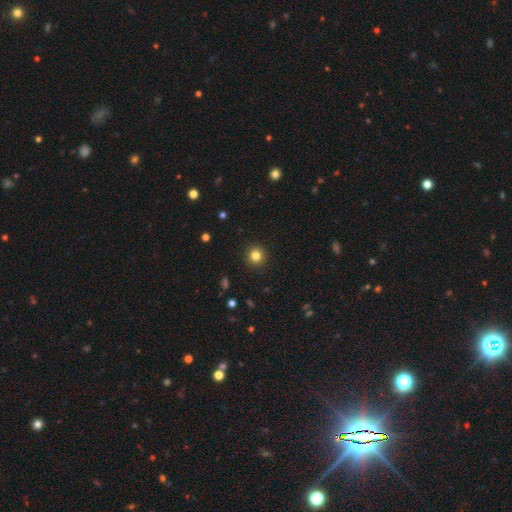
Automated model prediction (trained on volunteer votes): This is clearly a smooth galaxy (82%). How rounded: clearly round (94%). Merging: clearly none (92%).